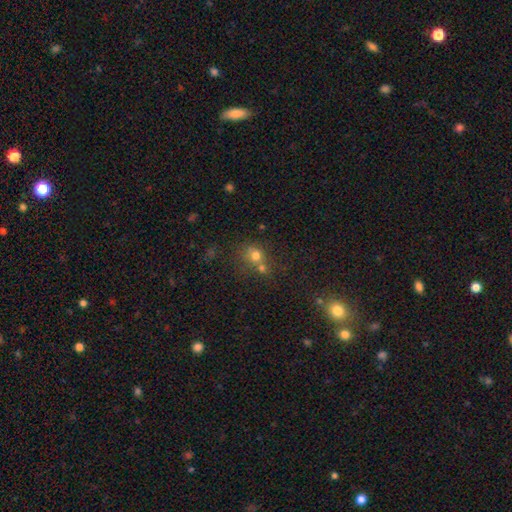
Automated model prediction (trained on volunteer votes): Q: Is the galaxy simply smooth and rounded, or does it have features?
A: smooth — 70%.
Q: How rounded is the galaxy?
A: round — 77%.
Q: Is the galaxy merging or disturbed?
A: merger — 46%.